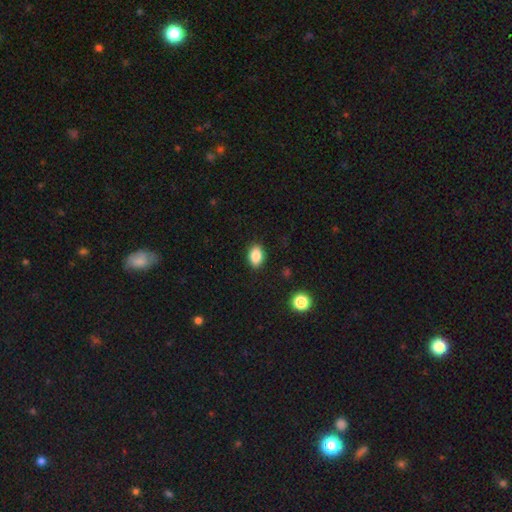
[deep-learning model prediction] Smooth or featured?
  - smooth: 86% *
  - star or artifact: 9%
  - featured or disk: 5%
How rounded?
  - in between: 82% *
  - round: 16%
  - cigar-shaped: 1%
Merging?
  - none: 87% *
  - minor disturbance: 9%
  - major disturbance: 2%
  - merger: 1%